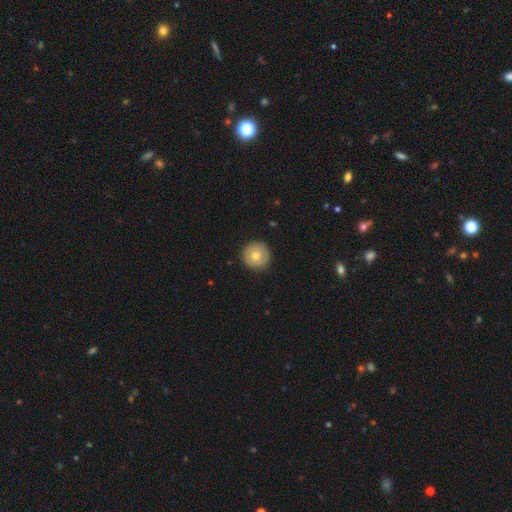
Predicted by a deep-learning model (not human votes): This is likely a smooth galaxy (67%). How rounded: clearly round (96%). Merging: clearly none (89%).